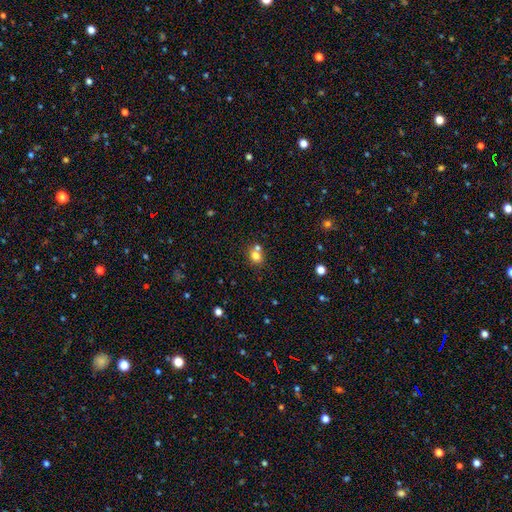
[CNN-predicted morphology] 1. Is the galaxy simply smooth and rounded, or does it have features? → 75% smooth, 14% star or artifact, 11% featured or disk.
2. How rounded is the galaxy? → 66% round, 33% in between, 1% cigar-shaped.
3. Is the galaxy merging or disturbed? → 50% none, 38% merger, 8% minor disturbance, 3% major disturbance.